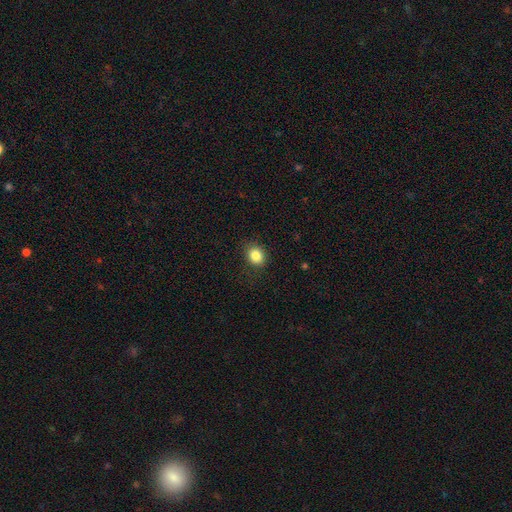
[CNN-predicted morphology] smooth-or-featured: smooth: 84% | star or artifact: 10% | featured or disk: 5%
  how-rounded: round: 58% | in between: 41% | cigar-shaped: 1%
  merging: none: 85% | minor disturbance: 11% | major disturbance: 3% | merger: 1%